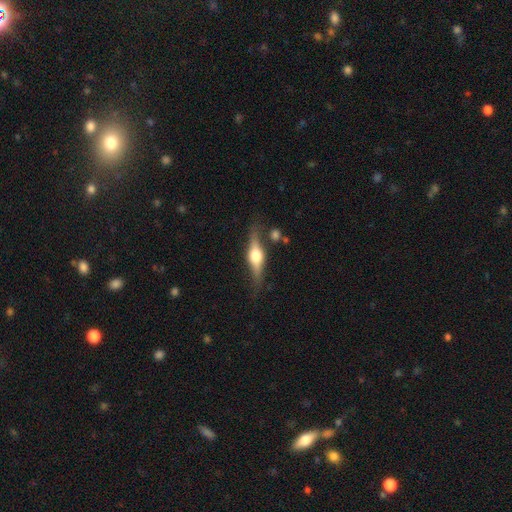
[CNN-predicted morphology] Overall: featured or disk (70%). Edge-on disk: yes (94%). Edge-on bulge: rounded (94%). Merging: none (75%).